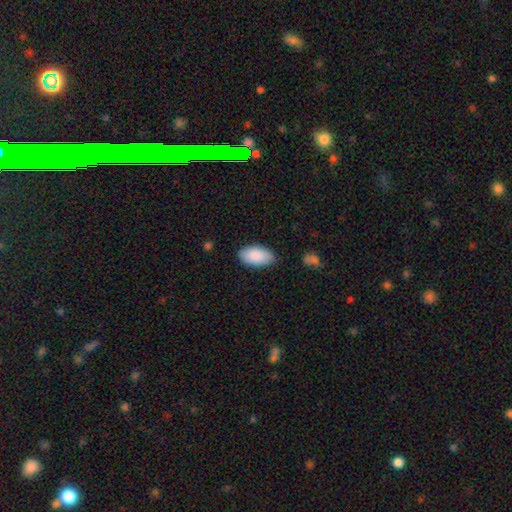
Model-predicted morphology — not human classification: Overall: smooth (88%). How rounded: in between (95%). Merging: none (83%).